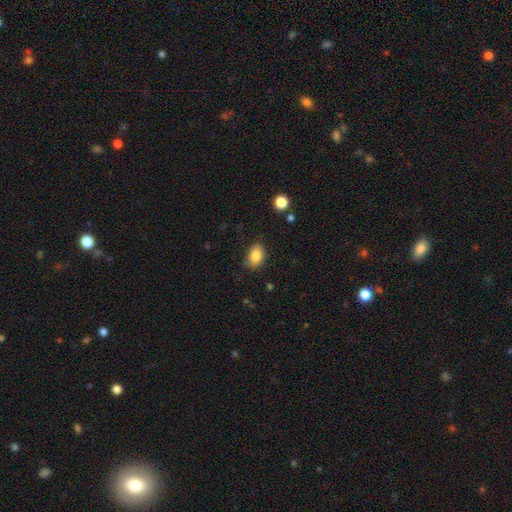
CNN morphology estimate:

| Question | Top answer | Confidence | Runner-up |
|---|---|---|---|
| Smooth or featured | smooth | 85% | star or artifact (8%) |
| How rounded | in between | 81% | round (18%) |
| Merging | none | 82% | minor disturbance (13%) |